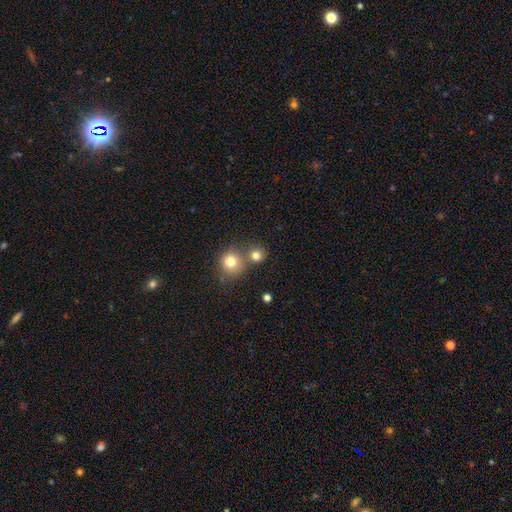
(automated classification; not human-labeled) Smooth or featured? Predicted: smooth (p=0.79). How rounded? Predicted: round (p=0.88). Merging? Predicted: none (p=0.61).